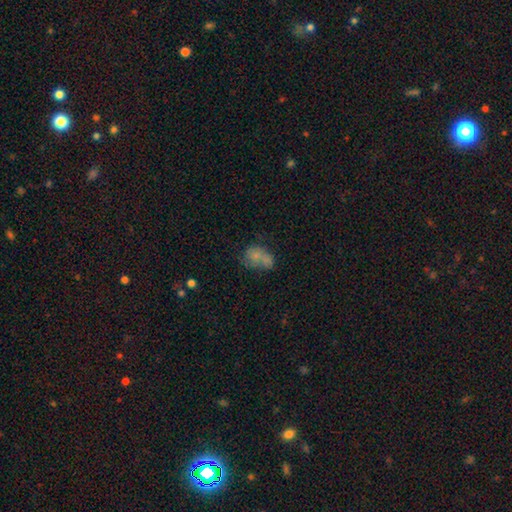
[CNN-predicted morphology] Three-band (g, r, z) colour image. It shows a smooth galaxy with no disk features (70%) that is in between round and cigar-shaped (65%). Merging: merger (37%).